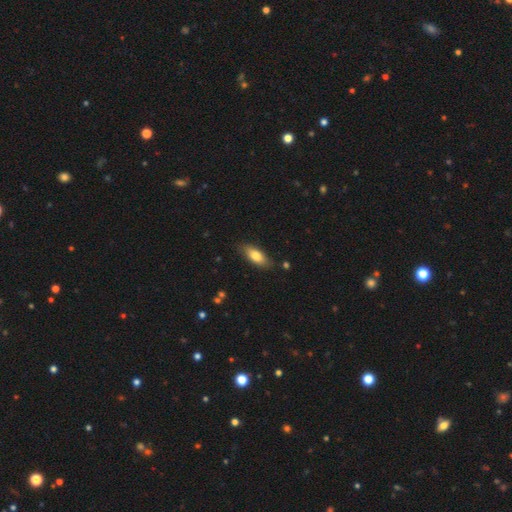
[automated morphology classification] Smooth or featured: smooth — 78% (featured or disk — 15%)
How rounded: in between — 77% (cigar-shaped — 20%)
Merging: none — 82% (minor disturbance — 14%)